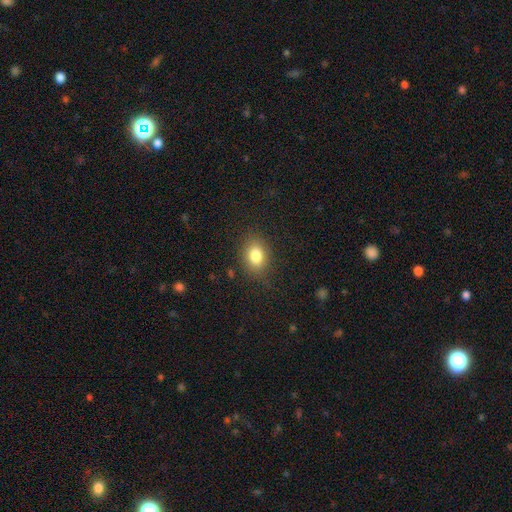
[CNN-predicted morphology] Smooth or featured? Predicted: smooth (p=0.82). How rounded? Predicted: in between (p=0.64). Merging? Predicted: none (p=0.83).